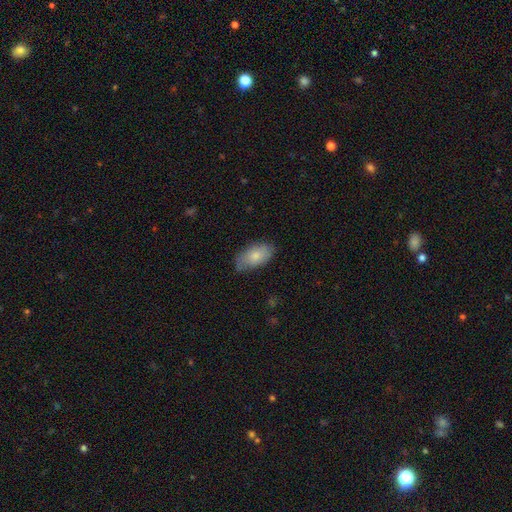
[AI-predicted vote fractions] This is likely a smooth galaxy (79%). How rounded: clearly in between (93%). Merging: likely none (70%).